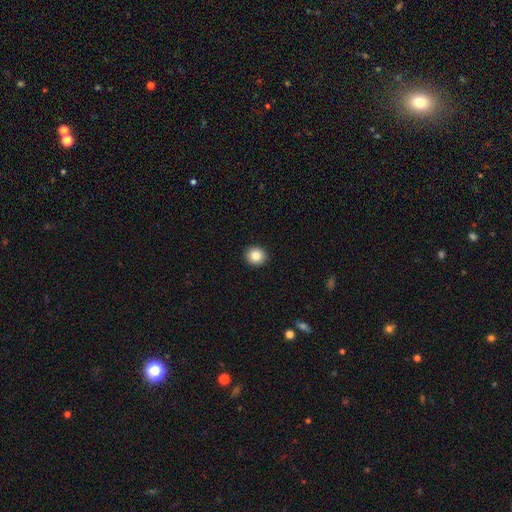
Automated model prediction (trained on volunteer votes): Smooth or featured? Predicted: smooth (p=0.83). How rounded? Predicted: round (p=0.89). Merging? Predicted: none (p=0.93).